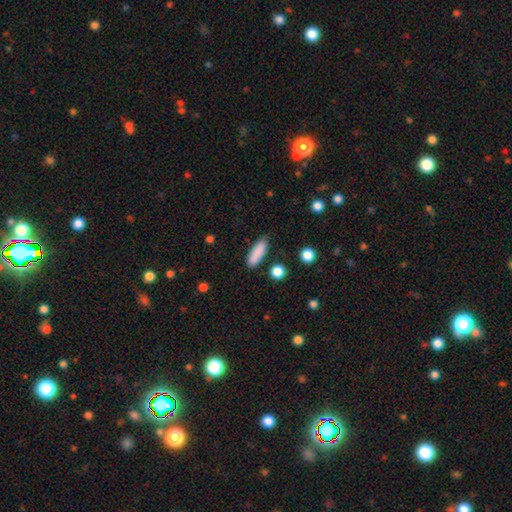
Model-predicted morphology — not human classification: type=smooth (87%); roundness=in between (52%); merging=none (80%).